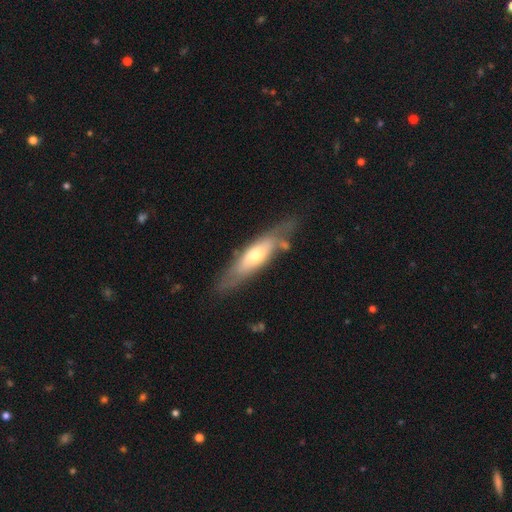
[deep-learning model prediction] Smooth or featured: featured or disk — 51% (smooth — 44%)
Edge-on disk: yes — 53% (no — 47%)
Merging: none — 67% (minor disturbance — 20%)